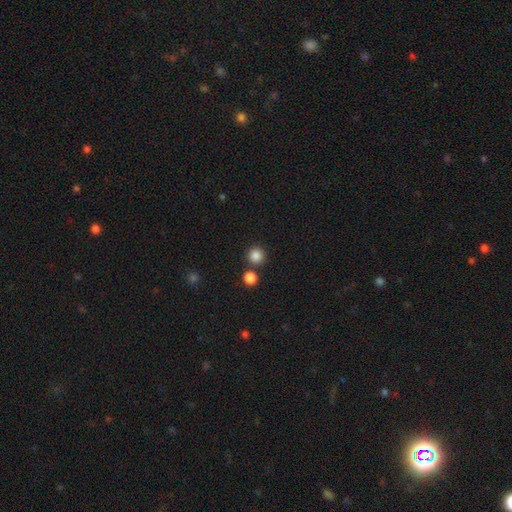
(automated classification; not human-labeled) This appears to be a smooth galaxy with no disk features (85%) that is round (94%). Merging: none (80%).